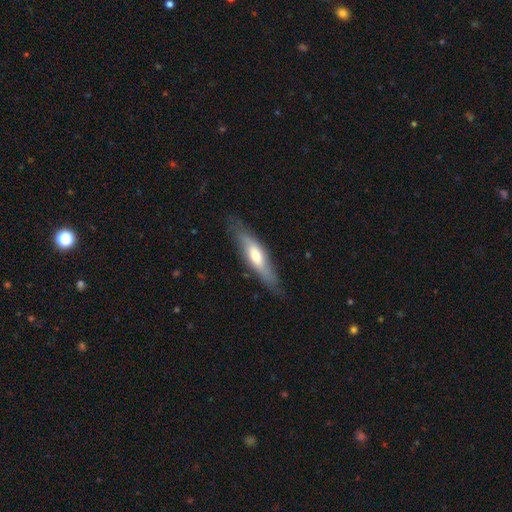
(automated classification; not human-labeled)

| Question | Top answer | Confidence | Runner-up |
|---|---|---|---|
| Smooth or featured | smooth | 49% | featured or disk (45%) |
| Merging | none | 77% | minor disturbance (17%) |